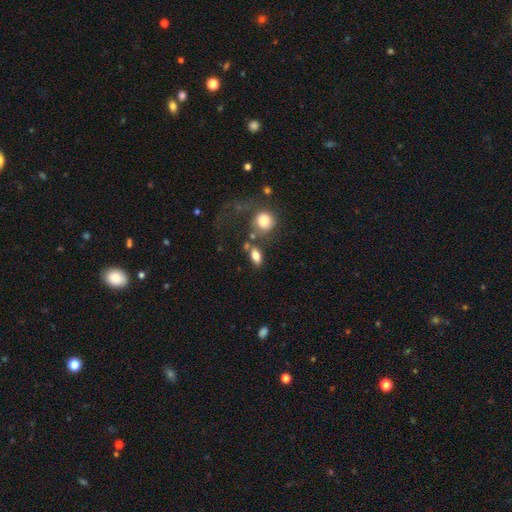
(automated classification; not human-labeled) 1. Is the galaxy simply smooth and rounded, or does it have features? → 81% smooth, 10% featured or disk, 9% star or artifact.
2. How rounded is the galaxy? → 82% in between, 12% round, 7% cigar-shaped.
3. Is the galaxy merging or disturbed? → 64% none, 17% merger, 13% minor disturbance, 6% major disturbance.